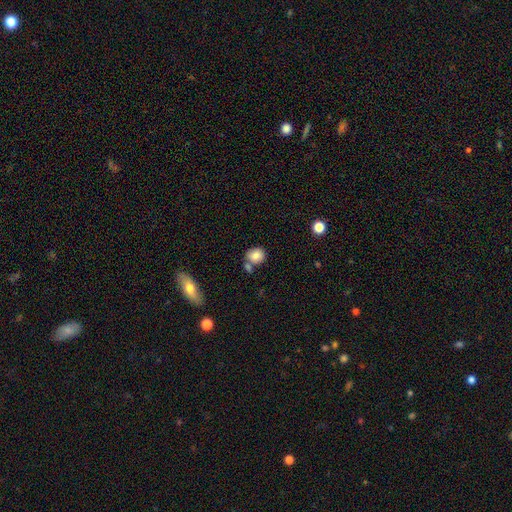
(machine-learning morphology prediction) The model was most divided on "merging": none: 62%, merger: 22%, minor disturbance: 13%, major disturbance: 4%. More confident: smooth or featured — smooth (82%); how rounded — round (74%).